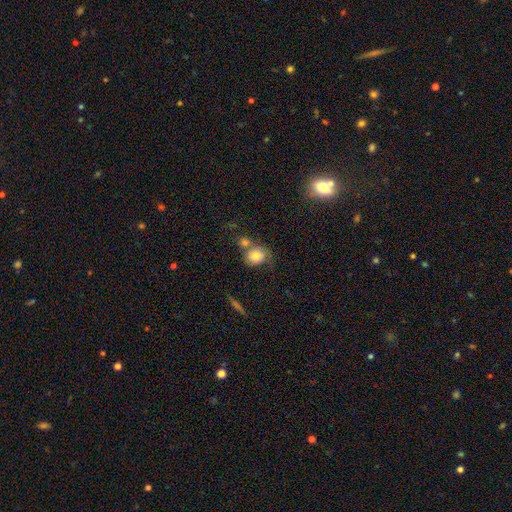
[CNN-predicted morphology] Smooth or featured? smooth (75%)
How rounded? round (70%)
Merging? none (42%)